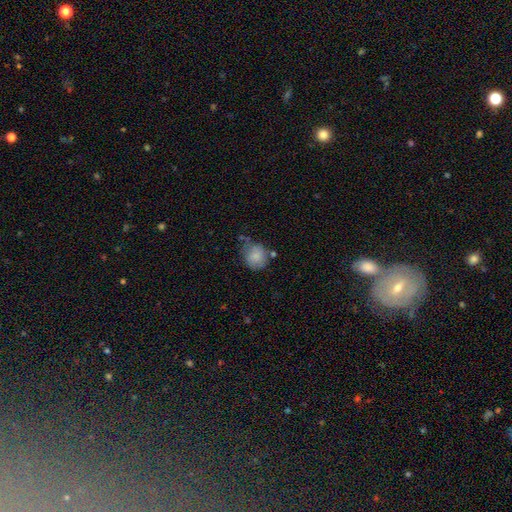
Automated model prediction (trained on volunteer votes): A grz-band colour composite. It shows a smooth galaxy with no disk features (83%) that is round (76%). Merging: none (55%).